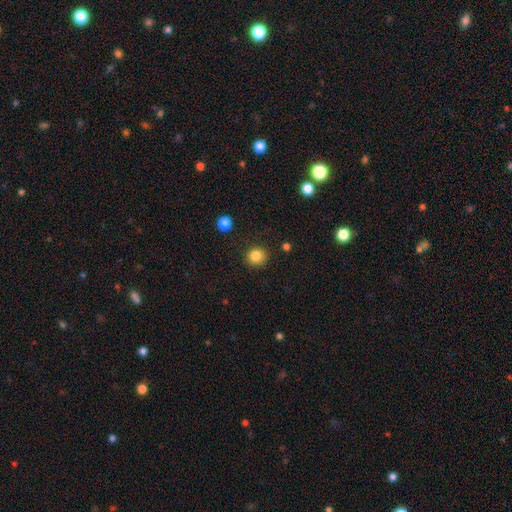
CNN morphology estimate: This appears to be a smooth galaxy with no disk features (84%) that is round (85%). Merging: none (88%).